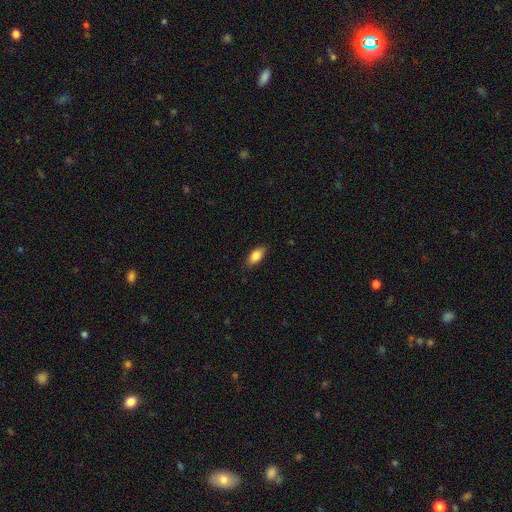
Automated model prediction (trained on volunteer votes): Smooth or featured: smooth — 84% (featured or disk — 9%)
How rounded: in between — 87% (cigar-shaped — 9%)
Merging: none — 82% (minor disturbance — 14%)